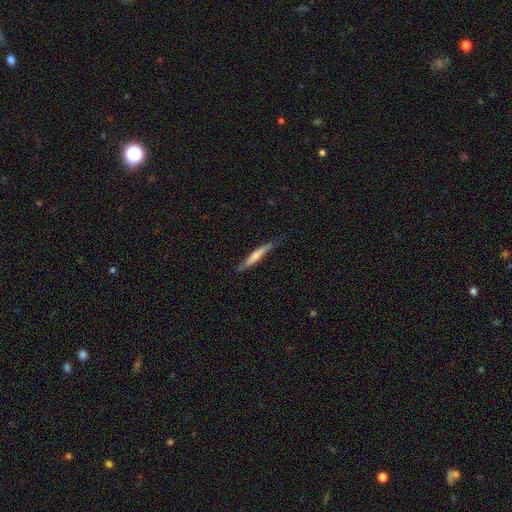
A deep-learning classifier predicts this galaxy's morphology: Q: Smooth or featured?
A: smooth (57%); runner-up: featured or disk (38%)
Q: How rounded?
A: cigar-shaped (94%); runner-up: in between (5%)
Q: Merging?
A: none (76%); runner-up: minor disturbance (19%)